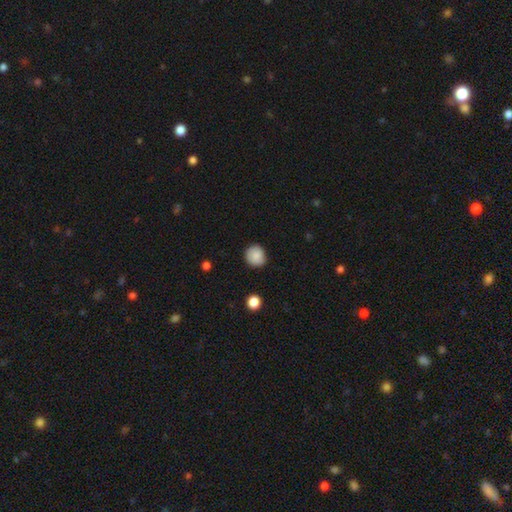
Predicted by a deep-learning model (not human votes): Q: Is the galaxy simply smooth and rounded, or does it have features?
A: smooth — 86%.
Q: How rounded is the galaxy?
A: round — 90%.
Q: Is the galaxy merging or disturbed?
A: none — 86%.